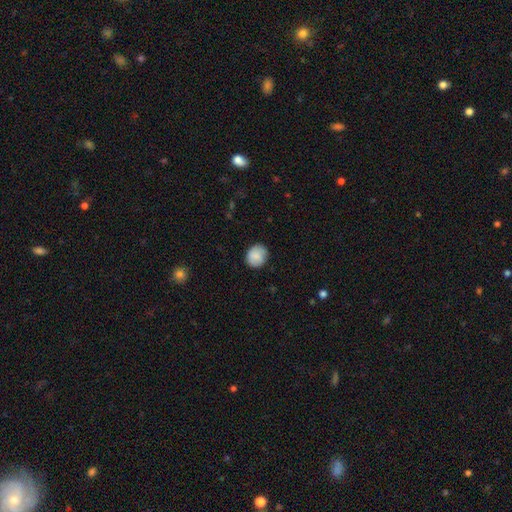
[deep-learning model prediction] smooth-or-featured: smooth: 84% | featured or disk: 9% | star or artifact: 7%
  how-rounded: round: 78% | in between: 21% | cigar-shaped: 1%
  merging: none: 83% | minor disturbance: 13% | major disturbance: 3% | merger: 1%